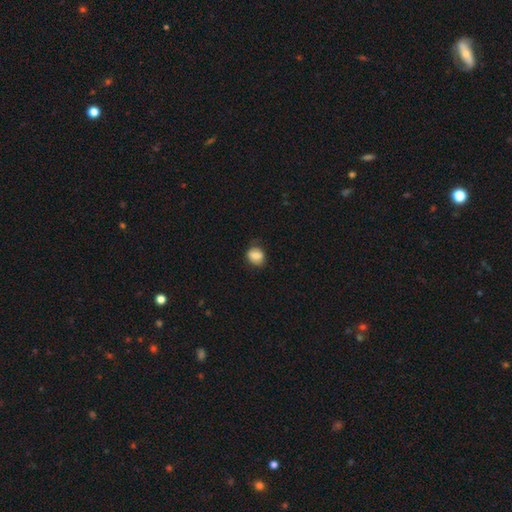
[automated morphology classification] Smooth or featured?
  - smooth: 78% *
  - featured or disk: 14%
  - star or artifact: 9%
How rounded?
  - round: 60% *
  - in between: 39%
  - cigar-shaped: 1%
Merging?
  - none: 73% *
  - minor disturbance: 20%
  - major disturbance: 5%
  - merger: 1%